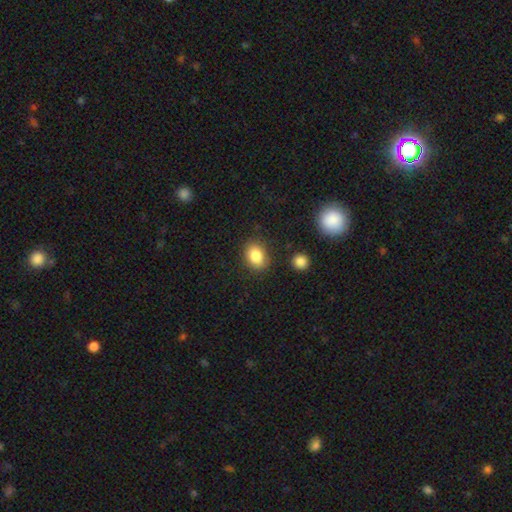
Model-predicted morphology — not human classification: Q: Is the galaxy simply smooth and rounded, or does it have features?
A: smooth — 85%.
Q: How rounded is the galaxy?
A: in between — 70%.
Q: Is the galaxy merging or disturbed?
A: none — 83%.